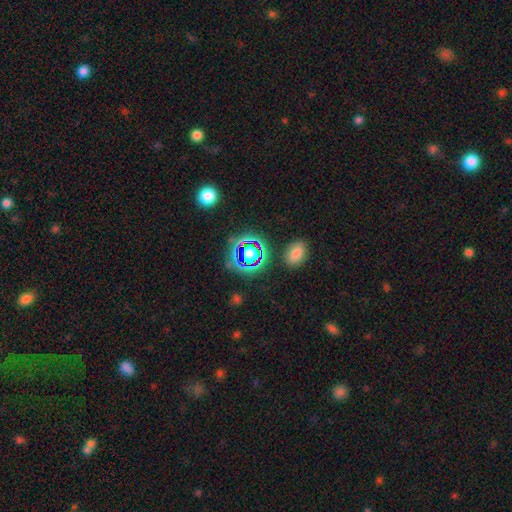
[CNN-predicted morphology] Smooth or featured?
  - star or artifact: 65% *
  - smooth: 24%
  - featured or disk: 11%